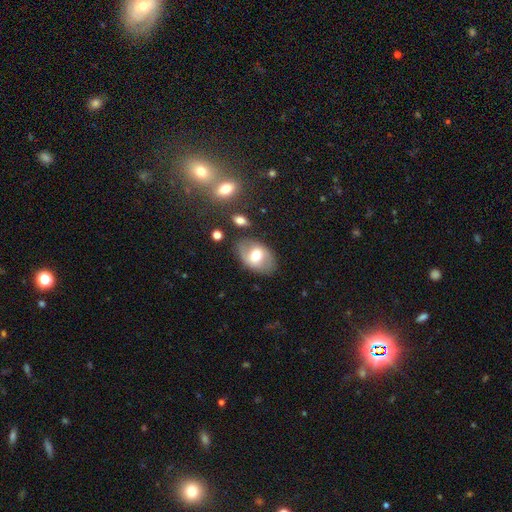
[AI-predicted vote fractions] smooth_or_featured: smooth (p=0.50) [alt: featured or disk p=0.43]
merging: none (p=0.75) [alt: minor disturbance p=0.15]